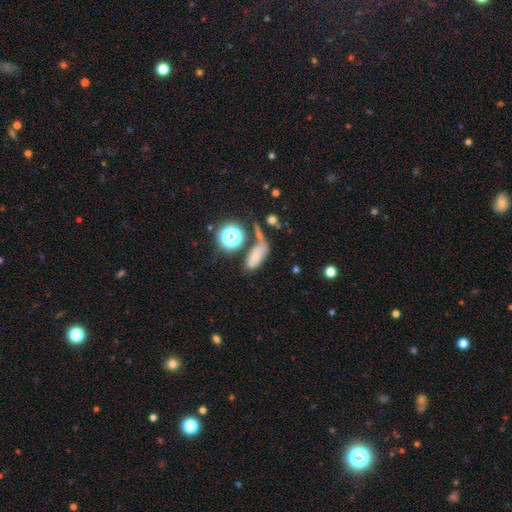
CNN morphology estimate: smooth_or_featured: smooth (p=0.59) [alt: featured or disk p=0.21]
how_rounded: in between (p=0.78) [alt: round p=0.13]
merging: none (p=0.43) [alt: merger p=0.24]